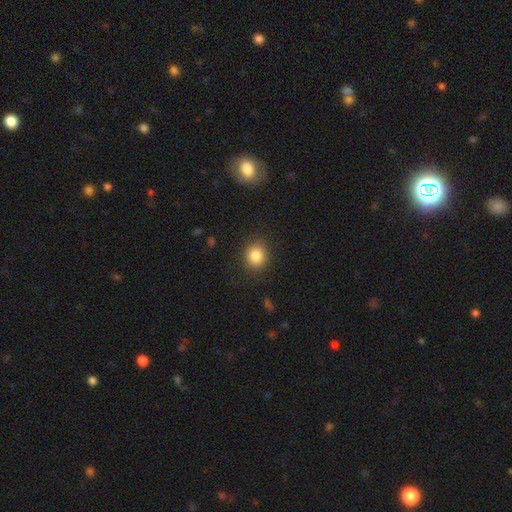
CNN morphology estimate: smooth-or-featured: smooth: 84% | star or artifact: 10% | featured or disk: 6%
  how-rounded: round: 75% | in between: 24% | cigar-shaped: 1%
  merging: none: 87% | minor disturbance: 9% | major disturbance: 3% | merger: 1%